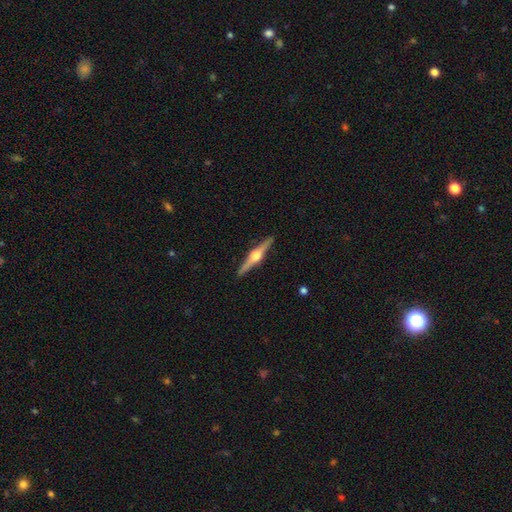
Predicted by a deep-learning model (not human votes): Smooth or featured? featured or disk (84%)
Edge-on disk? yes (98%)
Edge-on bulge? rounded (96%)
Merging? none (92%)